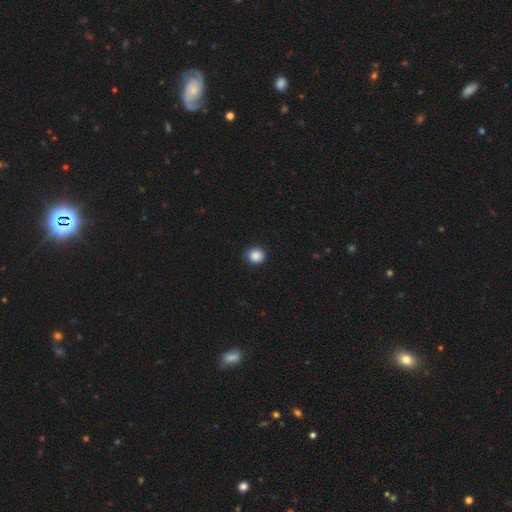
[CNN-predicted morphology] Smooth or featured: smooth — 87% (star or artifact — 9%)
How rounded: round — 88% (in between — 11%)
Merging: none — 86% (minor disturbance — 10%)